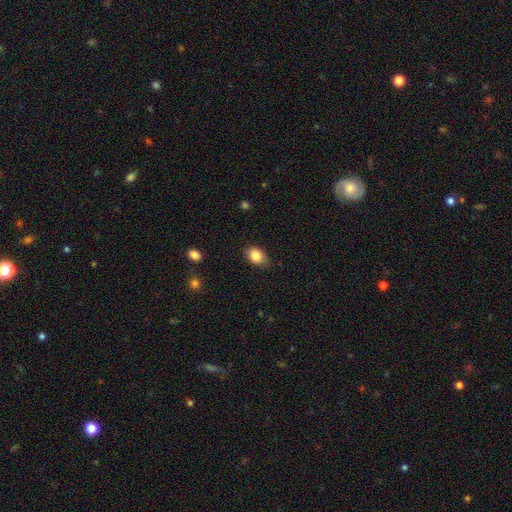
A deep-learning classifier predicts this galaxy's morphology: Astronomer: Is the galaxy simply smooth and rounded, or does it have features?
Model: smooth — 85%.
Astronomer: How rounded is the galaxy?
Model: in between — 70%.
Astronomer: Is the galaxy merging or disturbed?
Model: none — 81%.